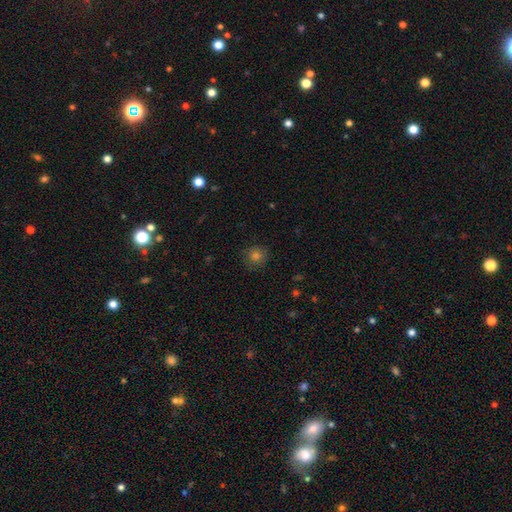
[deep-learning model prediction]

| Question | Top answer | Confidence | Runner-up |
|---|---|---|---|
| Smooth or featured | smooth | 77% | star or artifact (17%) |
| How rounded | round | 89% | in between (10%) |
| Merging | none | 85% | minor disturbance (11%) |